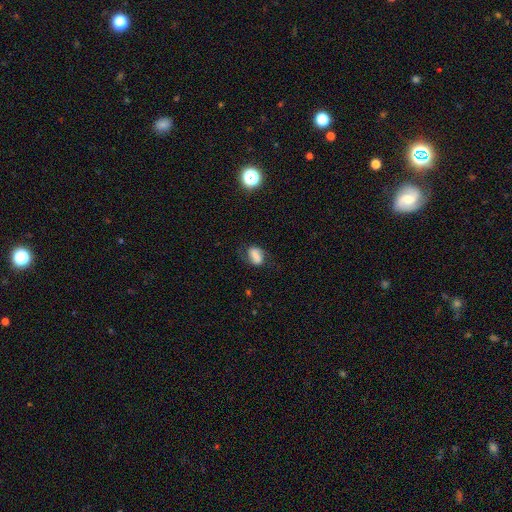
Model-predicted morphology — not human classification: Smooth or featured? Predicted: smooth (p=0.52). How rounded? Predicted: in between (p=0.79). Merging? Predicted: none (p=0.59).